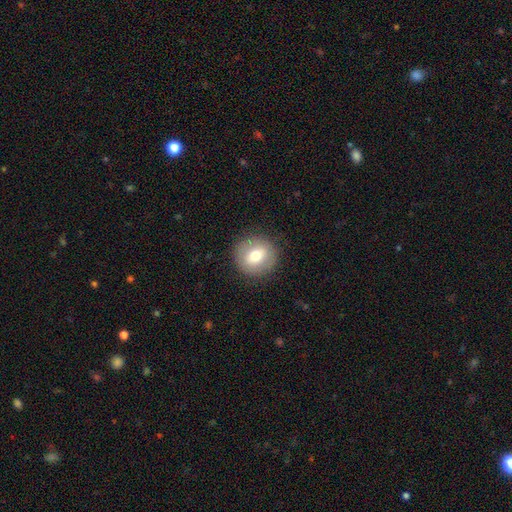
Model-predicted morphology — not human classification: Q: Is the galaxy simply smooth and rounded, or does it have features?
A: smooth — 69%.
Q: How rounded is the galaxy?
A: round — 90%.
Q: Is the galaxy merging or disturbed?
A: none — 88%.